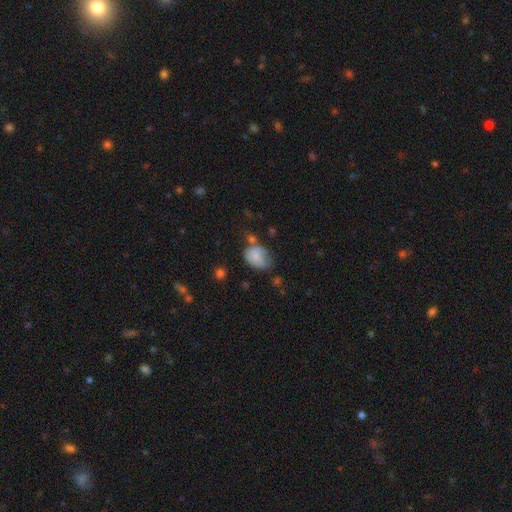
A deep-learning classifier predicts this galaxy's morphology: Smooth or featured: smooth — 74% (featured or disk — 17%)
How rounded: in between — 68% (round — 31%)
Merging: none — 39% (minor disturbance — 35%)